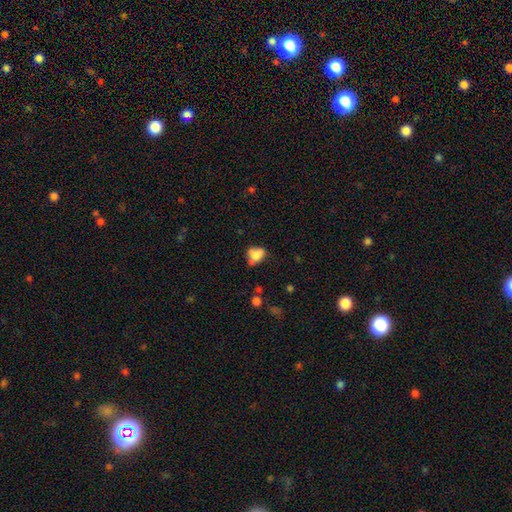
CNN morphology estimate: Overall: smooth (73%). How rounded: in between (66%; round 33%). Merging: none (38%; minor disturbance 33%).